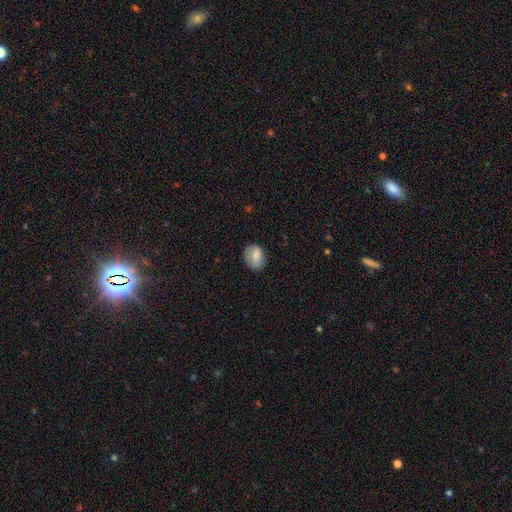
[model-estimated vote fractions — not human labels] This appears to be a smooth galaxy with no disk features (78%) that is in between round and cigar-shaped (61%). Merging: none (74%).